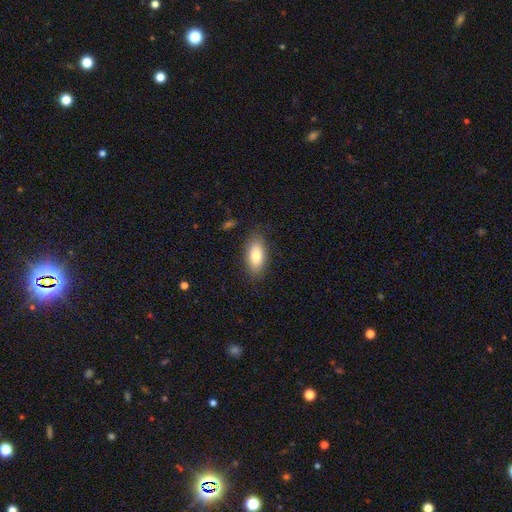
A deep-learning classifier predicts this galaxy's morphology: smooth_or_featured: smooth (p=0.80) [alt: featured or disk p=0.13]
how_rounded: in between (p=0.87) [alt: cigar-shaped p=0.09]
merging: none (p=0.84) [alt: minor disturbance p=0.12]